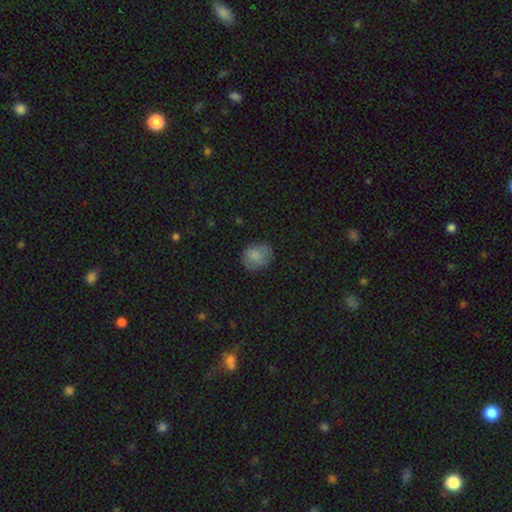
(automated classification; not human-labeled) smooth 81%, featured or disk 10%, star or artifact 9%. Down the decision tree: how rounded — round (69%); merging — none (75%).